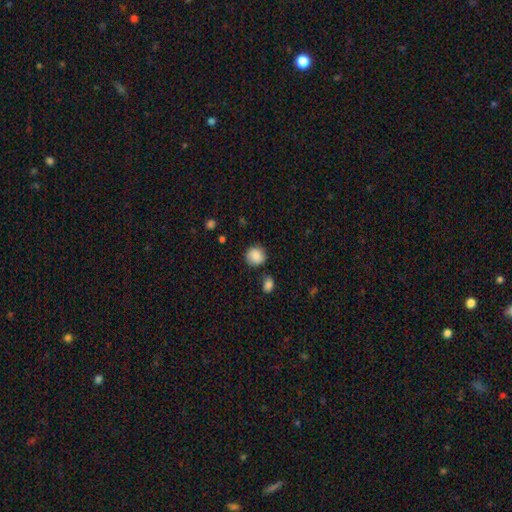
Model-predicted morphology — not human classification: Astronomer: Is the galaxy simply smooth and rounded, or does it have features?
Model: smooth — 86%.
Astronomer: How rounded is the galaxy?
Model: round — 86%.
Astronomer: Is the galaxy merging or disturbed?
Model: none — 79%.